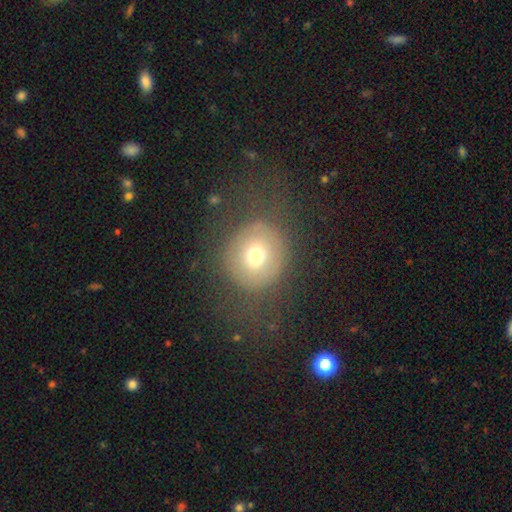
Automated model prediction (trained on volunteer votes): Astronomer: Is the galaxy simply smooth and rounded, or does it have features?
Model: smooth — 63%.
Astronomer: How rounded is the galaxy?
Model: round — 85%.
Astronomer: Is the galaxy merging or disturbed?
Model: none — 59%.